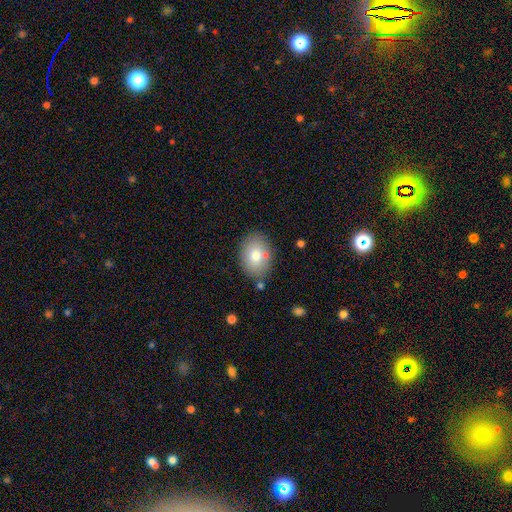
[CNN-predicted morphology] This is likely a smooth galaxy (76%). How rounded: likely in between (79%). Merging: likely none (78%).